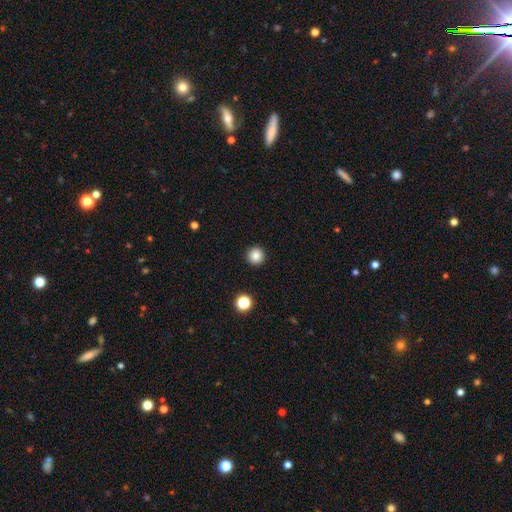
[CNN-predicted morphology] This is clearly a smooth galaxy (85%). How rounded: clearly round (96%). Merging: clearly none (93%).